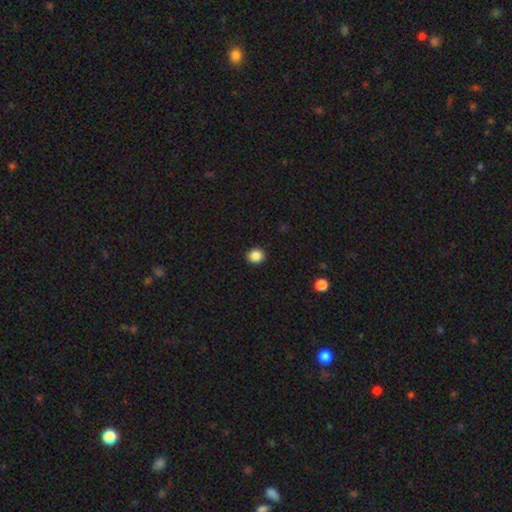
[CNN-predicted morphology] A smooth galaxy with no disk features (87%) that is round (81%).

Vote fractions:
- Smooth or featured? smooth: 87% / star or artifact: 10% / featured or disk: 3%
- How rounded? round: 81% / in between: 18% / cigar-shaped: 1%
- Merging? none: 92% / minor disturbance: 5% / major disturbance: 2% / merger: 1%